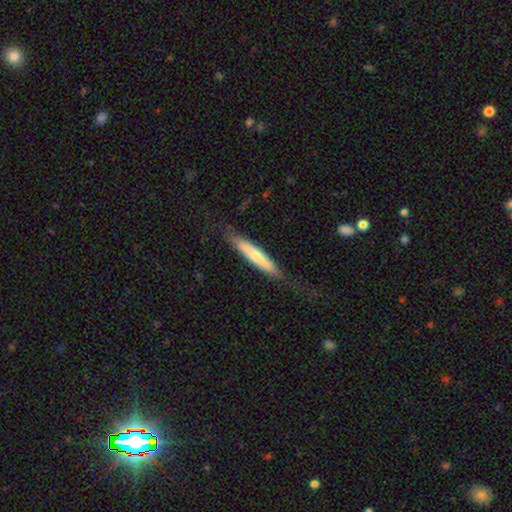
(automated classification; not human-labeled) This is possibly a smooth galaxy (59%). How rounded: clearly cigar-shaped (91%). Merging: likely none (75%).